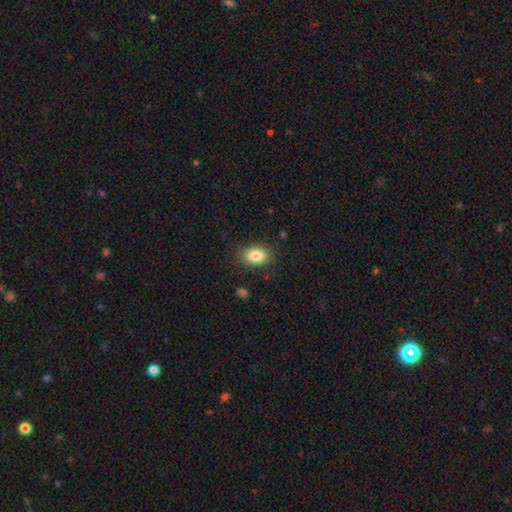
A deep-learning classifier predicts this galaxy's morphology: Smooth or featured? smooth (85%)
How rounded? in between (84%)
Merging? none (85%)